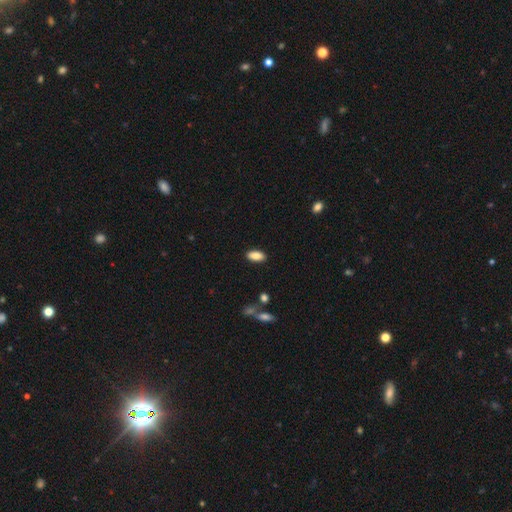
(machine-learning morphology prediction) Smooth or featured? Predicted: smooth (p=0.87). How rounded? Predicted: in between (p=0.88). Merging? Predicted: none (p=0.88).